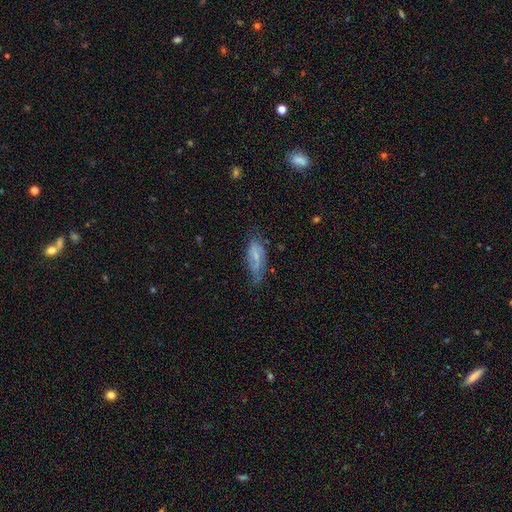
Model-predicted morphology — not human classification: A smooth galaxy with no disk features (48%). Merging: none (52%).